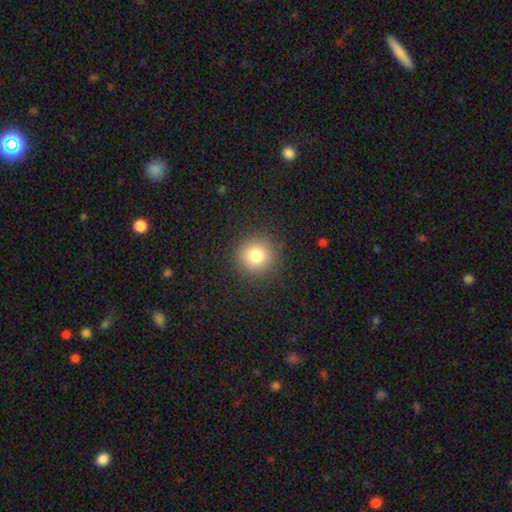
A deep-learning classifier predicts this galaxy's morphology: smooth 79%, star or artifact 12%, featured or disk 9%. Down the decision tree: how rounded — round (94%); merging — none (90%).